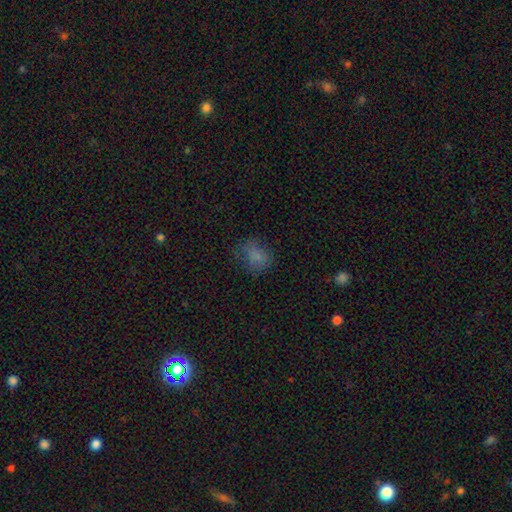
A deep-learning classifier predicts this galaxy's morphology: A smooth galaxy with no disk features (74%) that is round (55%).

Vote fractions:
- Smooth or featured? smooth: 74% / star or artifact: 15% / featured or disk: 10%
- How rounded? round: 55% / in between: 44% / cigar-shaped: 1%
- Merging? none: 62% / minor disturbance: 23% / major disturbance: 13% / merger: 2%